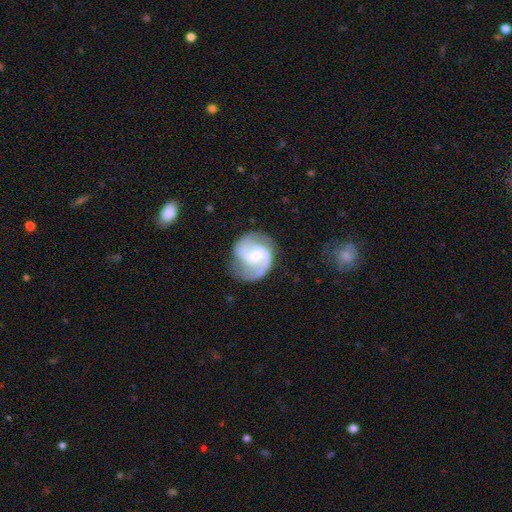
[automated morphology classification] The model was most divided on "spiral winding": medium: 51%, loose: 33%, tight: 16%. Remaining: edge-on disk — no (98%); spiral arms — yes (96%); spiral arm count — 2 (86%); smooth or featured — featured or disk (85%); merging — none (65%); bar — weak (54%); bulge size — small (48%).